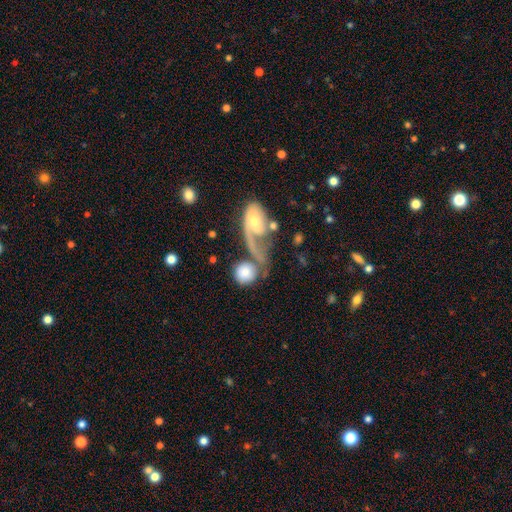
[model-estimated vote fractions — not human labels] Smooth or featured: featured or disk — 48% (smooth — 41%)
Merging: merger — 34% (none — 32%)